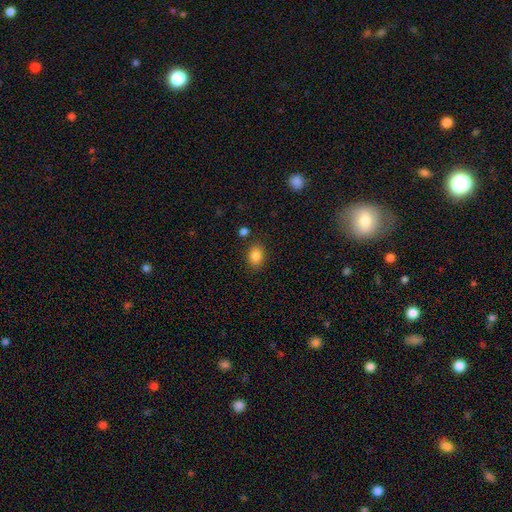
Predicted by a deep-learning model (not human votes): Smooth or featured: smooth — 86% (star or artifact — 9%)
How rounded: in between — 71% (round — 28%)
Merging: none — 83% (minor disturbance — 10%)